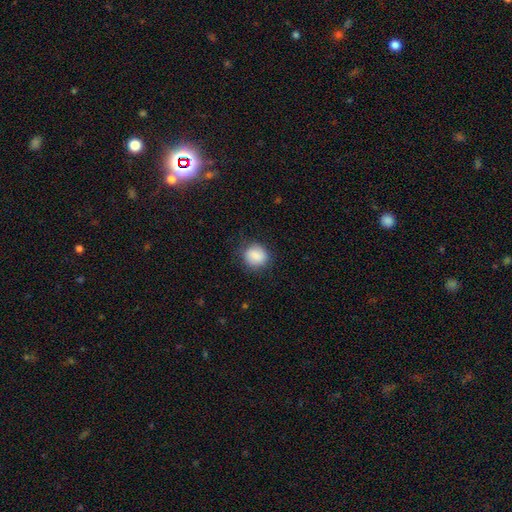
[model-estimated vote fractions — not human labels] A smooth galaxy with no disk features (87%) that is round (78%). Merging: none (80%).